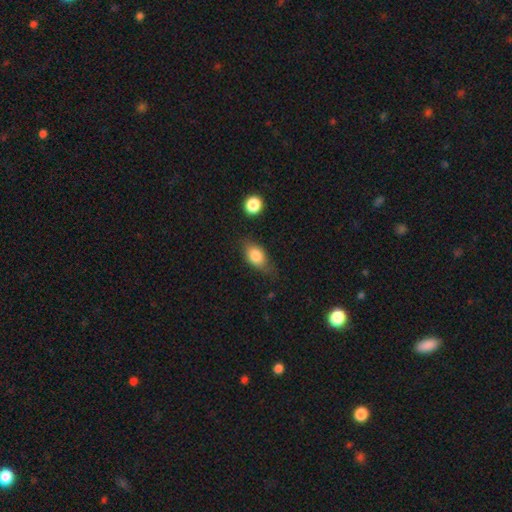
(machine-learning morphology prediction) Smooth or featured? Predicted: smooth (p=0.78). How rounded? Predicted: in between (p=0.79). Merging? Predicted: none (p=0.61).